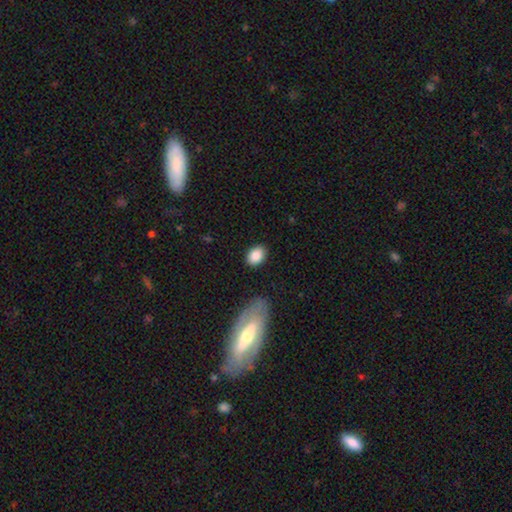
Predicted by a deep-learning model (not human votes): Smooth or featured? smooth (87%)
How rounded? in between (76%)
Merging? none (86%)